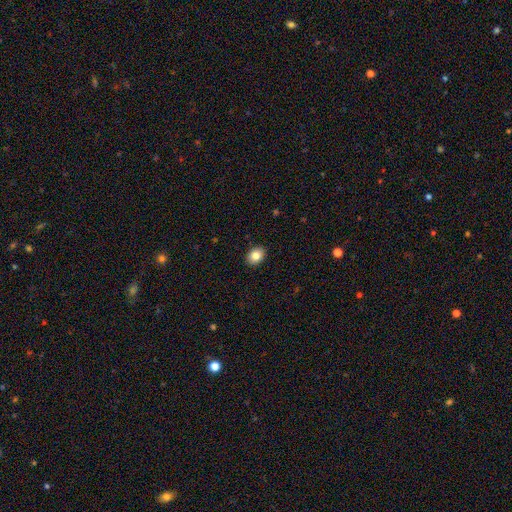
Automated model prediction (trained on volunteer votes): smooth-or-featured: smooth: 83% | star or artifact: 9% | featured or disk: 8%
  how-rounded: in between: 61% | round: 39% | cigar-shaped: 1%
  merging: none: 91% | minor disturbance: 7% | major disturbance: 2% | merger: 1%